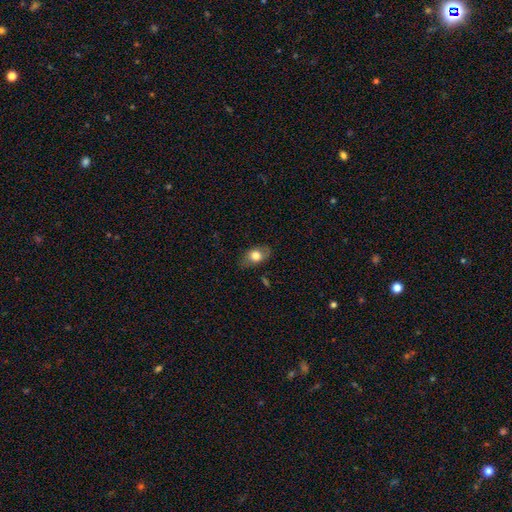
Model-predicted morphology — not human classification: Smooth or featured?
  - smooth: 74% *
  - featured or disk: 19%
  - star or artifact: 8%
How rounded?
  - in between: 83% *
  - round: 15%
  - cigar-shaped: 2%
Merging?
  - none: 77% *
  - minor disturbance: 17%
  - major disturbance: 4%
  - merger: 1%